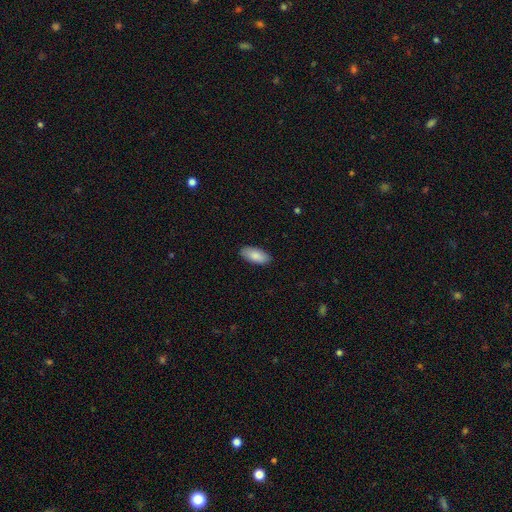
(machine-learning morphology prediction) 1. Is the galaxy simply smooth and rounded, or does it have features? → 87% smooth, 7% featured or disk, 6% star or artifact.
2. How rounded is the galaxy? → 90% in between, 8% cigar-shaped, 2% round.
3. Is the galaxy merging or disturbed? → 89% none, 9% minor disturbance, 2% major disturbance, 1% merger.